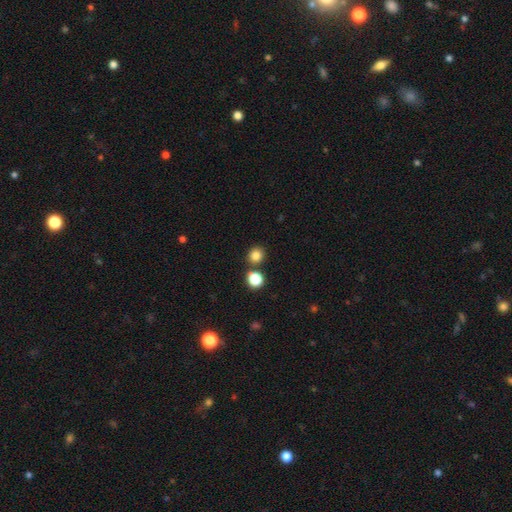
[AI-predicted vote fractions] The model was most divided on "merging": none: 80%, merger: 11%, minor disturbance: 7%, major disturbance: 2%. More confident: how rounded — round (86%); smooth or featured — smooth (82%).